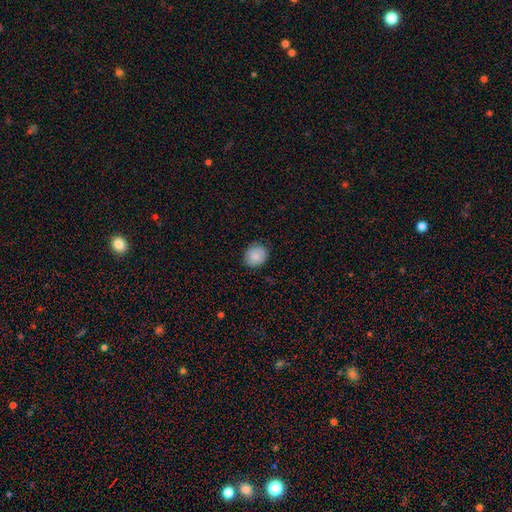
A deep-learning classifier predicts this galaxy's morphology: smooth-or-featured: smooth: 84% | featured or disk: 8% | star or artifact: 8%
  how-rounded: round: 77% | in between: 22% | cigar-shaped: 1%
  merging: none: 87% | minor disturbance: 10% | major disturbance: 2% | merger: 1%